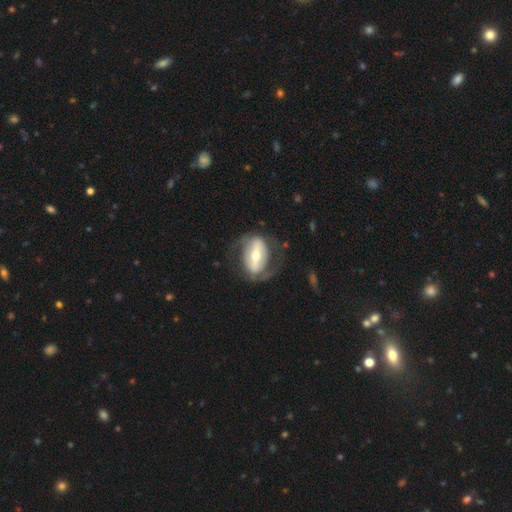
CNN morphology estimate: A featured or disk galaxy (69%) with a strong bar (64%), spiral arms (55%) and a moderate central bulge (58%).

Vote fractions:
- Smooth or featured? featured or disk: 69% / smooth: 25% / star or artifact: 5%
- Edge-on disk? no: 89% / yes: 11%
- Bar? strong: 64% / weak: 21% / no: 14%
- Spiral arms? yes: 55% / no: 45%
- Bulge size? moderate: 58% / small: 30% / large: 8% / dominant: 2% / none: 1%
- Merging? none: 60% / major disturbance: 20% / minor disturbance: 18% / merger: 2%